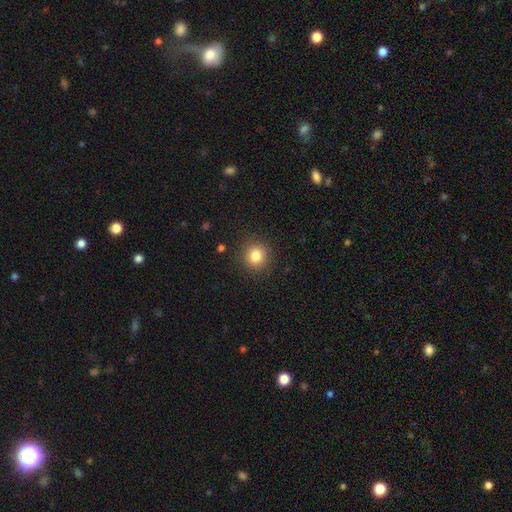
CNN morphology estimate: smooth 83%, star or artifact 12%, featured or disk 6%. Down the decision tree: how rounded — round (90%); merging — none (89%).